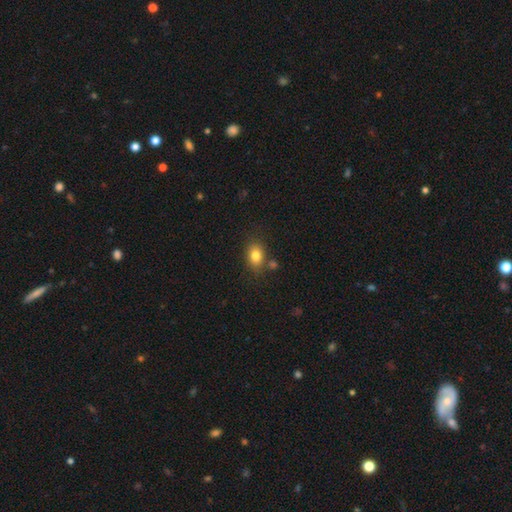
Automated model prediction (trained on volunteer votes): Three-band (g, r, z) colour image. It shows a smooth galaxy with no disk features (81%) that is in between round and cigar-shaped (70%). Merging: none (73%).